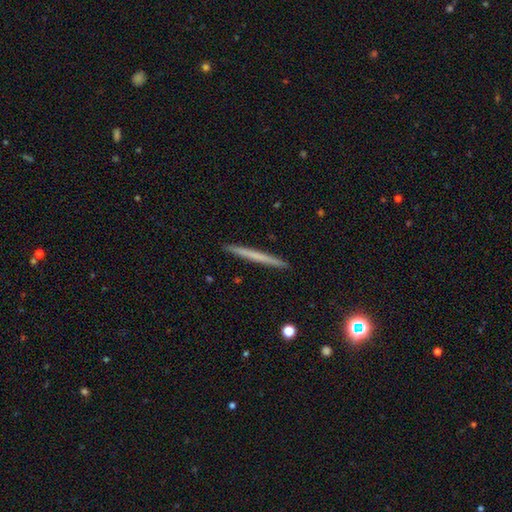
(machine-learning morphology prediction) The model was most divided on "smooth or featured": smooth: 54%, featured or disk: 40%, star or artifact: 6%. More confident: how rounded — cigar-shaped (97%); merging — none (93%).